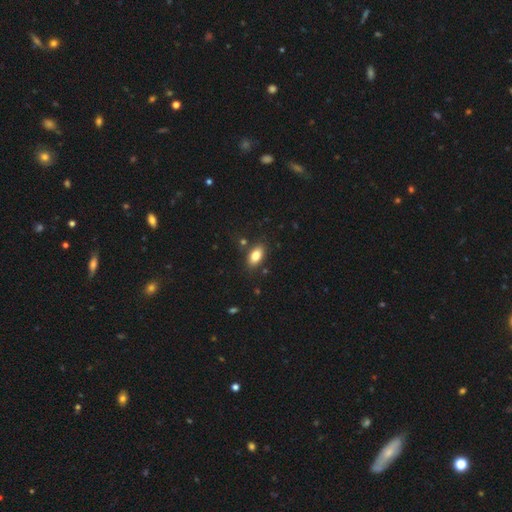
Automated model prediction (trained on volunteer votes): A smooth galaxy with no disk features (82%) that is in between round and cigar-shaped (89%).

Vote fractions:
- Smooth or featured? smooth: 82% / featured or disk: 10% / star or artifact: 8%
- How rounded? in between: 89% / round: 5% / cigar-shaped: 5%
- Merging? none: 82% / minor disturbance: 11% / merger: 4% / major disturbance: 3%